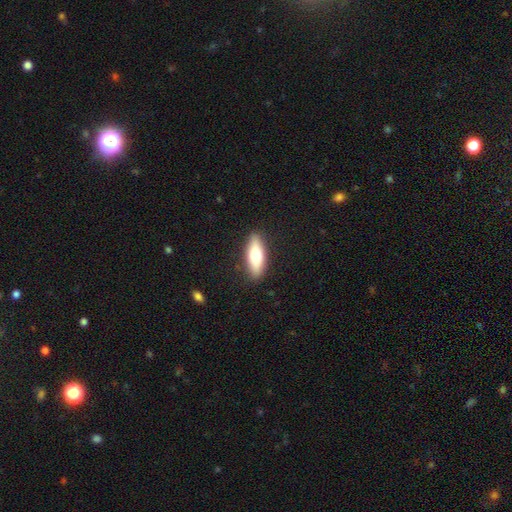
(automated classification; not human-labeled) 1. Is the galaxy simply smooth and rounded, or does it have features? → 70% smooth, 24% featured or disk, 6% star or artifact.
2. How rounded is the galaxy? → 54% in between, 44% cigar-shaped, 2% round.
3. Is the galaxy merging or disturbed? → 89% none, 8% minor disturbance, 2% major disturbance, 1% merger.